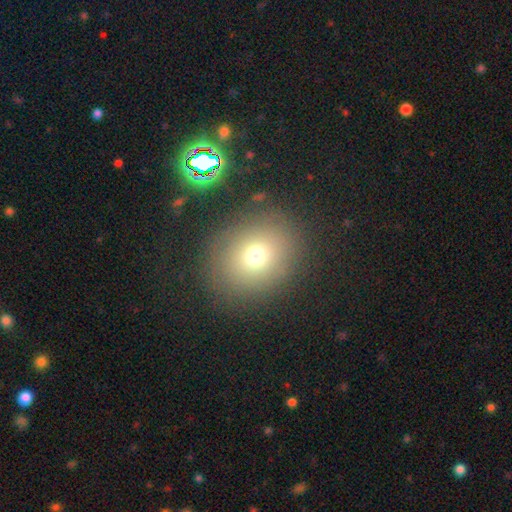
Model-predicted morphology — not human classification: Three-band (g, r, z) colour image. It shows a smooth galaxy with no disk features (71%) that is round (68%). Merging: none (84%).